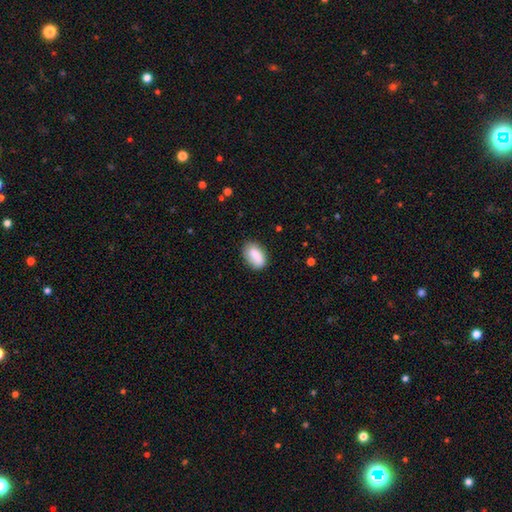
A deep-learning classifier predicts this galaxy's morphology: A smooth galaxy with no disk features (85%) that is in between round and cigar-shaped (91%). Merging: none (78%).